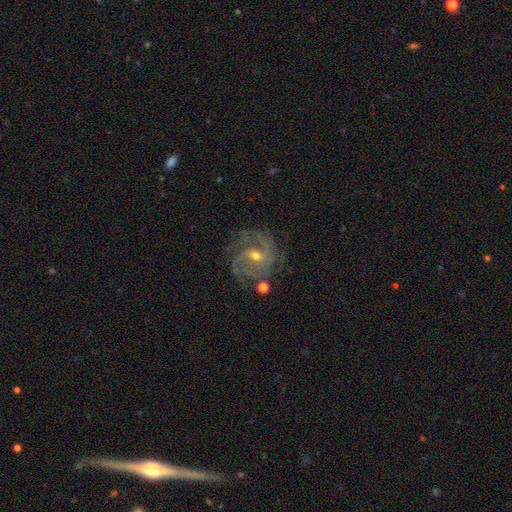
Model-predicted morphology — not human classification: Overall: featured or disk (87%). Edge-on disk: no (97%). Bar: weak (47%; no 36%). Spiral arms: yes (97%). Spiral arm count: 3 (33%; 2 27%). Spiral winding: tight (45%; medium 44%). Bulge size: small (53%; moderate 44%). Merging: none (74%).